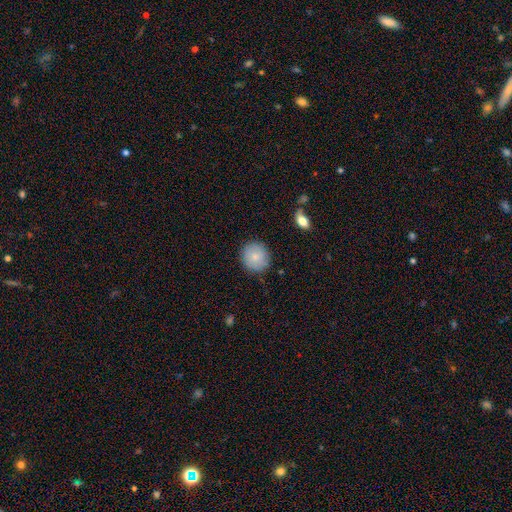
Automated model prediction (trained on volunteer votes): This is likely a smooth galaxy (80%). How rounded: clearly round (89%). Merging: clearly none (85%).